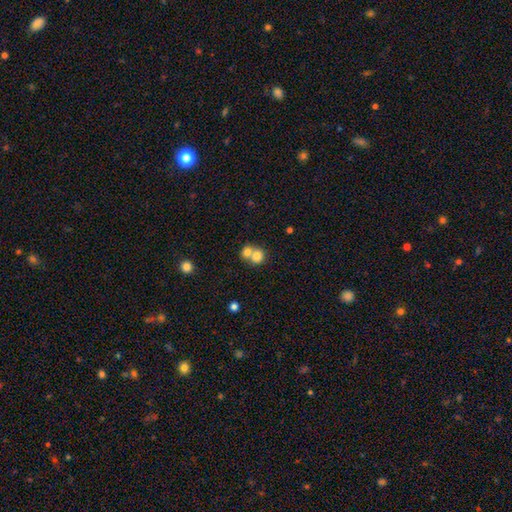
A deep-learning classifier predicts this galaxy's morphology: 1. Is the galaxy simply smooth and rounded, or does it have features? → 77% smooth, 14% featured or disk, 10% star or artifact.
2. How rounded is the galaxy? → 77% round, 23% in between, 1% cigar-shaped.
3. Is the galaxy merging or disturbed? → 63% merger, 29% none, 5% minor disturbance, 2% major disturbance.